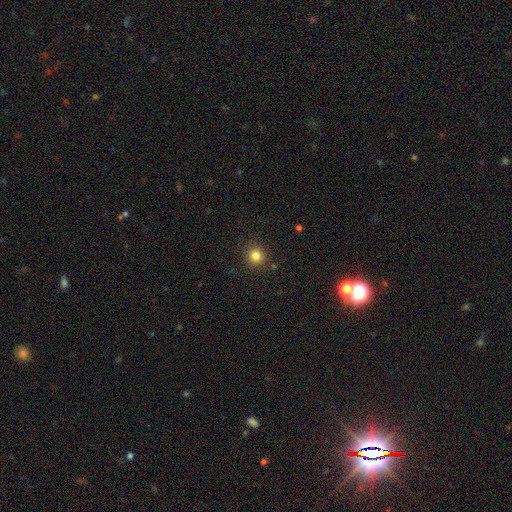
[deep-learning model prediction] The model was most divided on "smooth or featured": smooth: 82%, star or artifact: 13%, featured or disk: 5%. More confident: how rounded — round (93%); merging — none (90%).